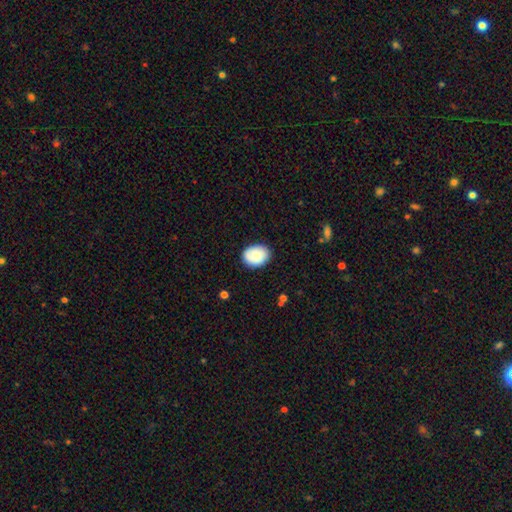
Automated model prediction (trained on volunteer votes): A smooth galaxy with no disk features (82%) that is in between round and cigar-shaped (64%).

Vote fractions:
- Smooth or featured? smooth: 82% / featured or disk: 12% / star or artifact: 7%
- How rounded? in between: 64% / round: 35% / cigar-shaped: 1%
- Merging? none: 84% / minor disturbance: 12% / major disturbance: 2% / merger: 1%